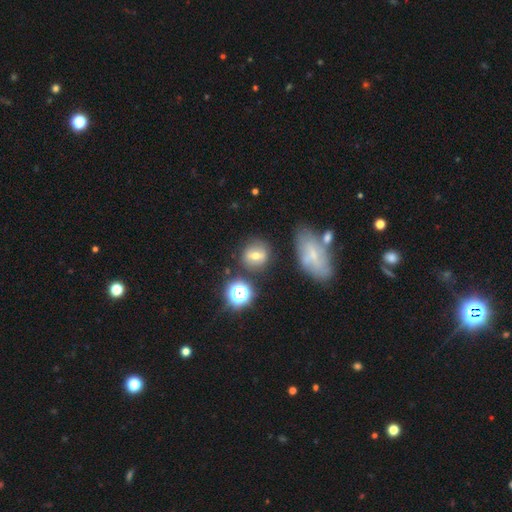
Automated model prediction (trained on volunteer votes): Morphology: type=smooth (56%); roundness=round (69%); merging=none (76%).